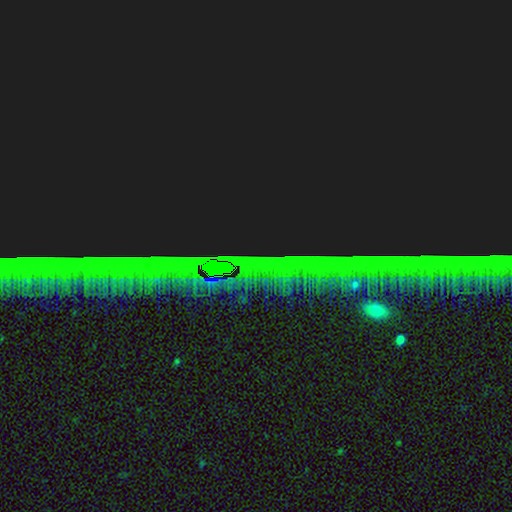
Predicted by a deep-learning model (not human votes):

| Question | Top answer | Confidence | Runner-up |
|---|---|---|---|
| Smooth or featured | star or artifact | 84% | featured or disk (9%) |